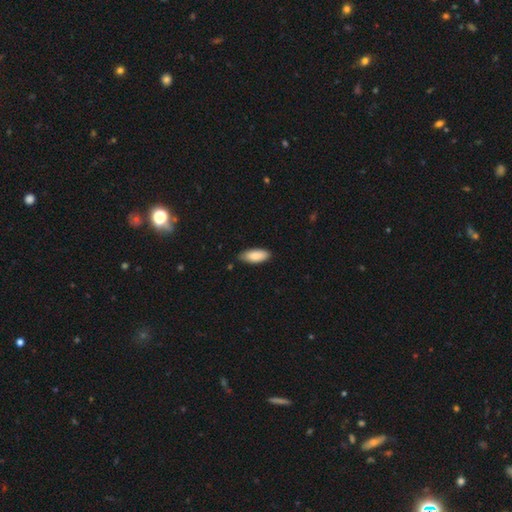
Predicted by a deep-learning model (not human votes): A smooth galaxy with no disk features (87%) that is in between round and cigar-shaped (83%). Merging: none (80%).